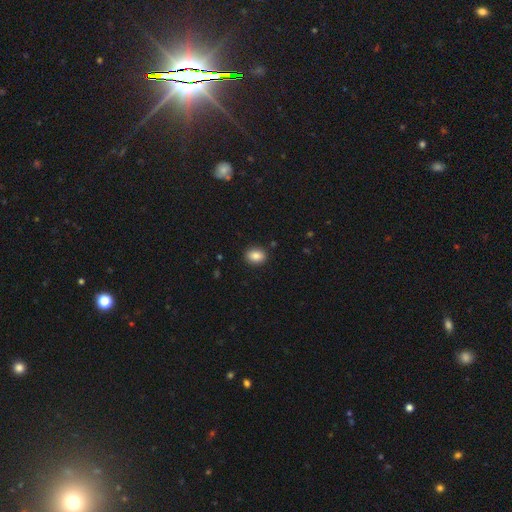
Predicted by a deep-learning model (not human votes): smooth_or_featured: smooth (p=0.87) [alt: star or artifact p=0.09]
how_rounded: in between (p=0.66) [alt: round p=0.33]
merging: none (p=0.90) [alt: minor disturbance p=0.07]